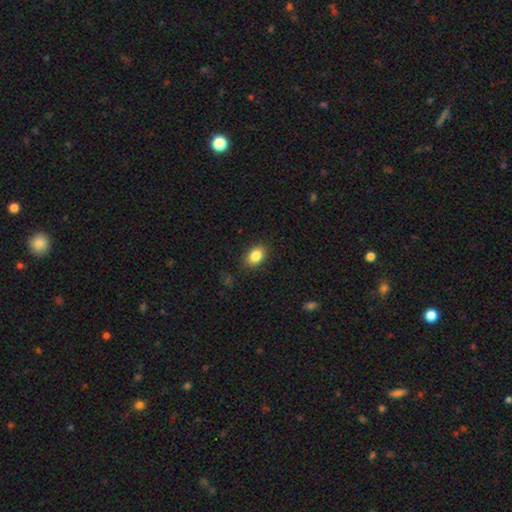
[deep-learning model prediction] Overall: smooth (85%). How rounded: in between (78%). Merging: none (87%).